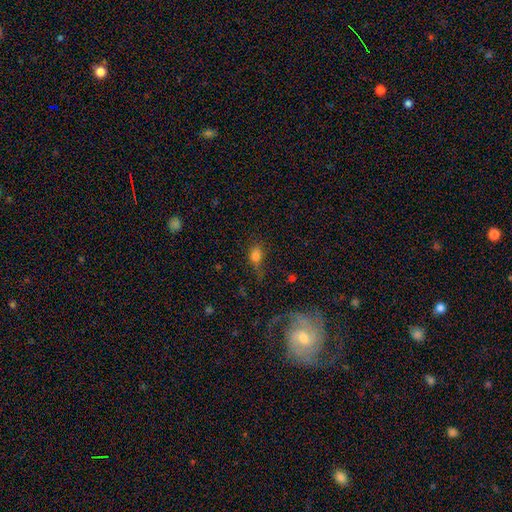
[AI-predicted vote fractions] Morphology: type=smooth (75%); roundness=in between (63%); merging=none (50%).